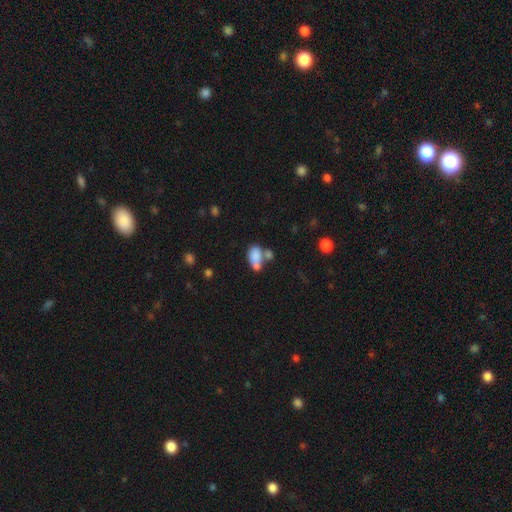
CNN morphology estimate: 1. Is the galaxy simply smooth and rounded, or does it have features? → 77% smooth, 14% featured or disk, 9% star or artifact.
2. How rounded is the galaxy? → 85% in between, 13% round, 3% cigar-shaped.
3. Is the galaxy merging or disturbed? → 50% merger, 28% none, 13% minor disturbance, 8% major disturbance.